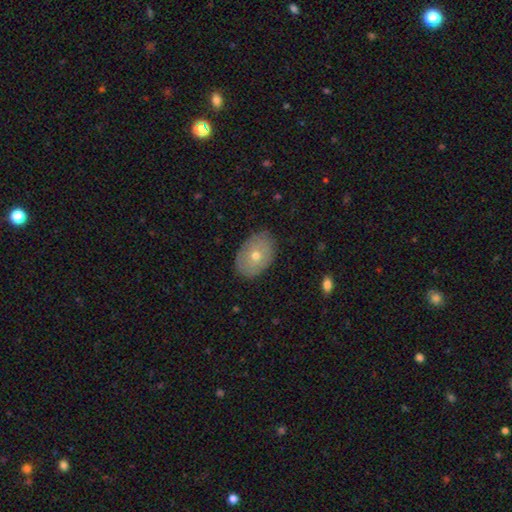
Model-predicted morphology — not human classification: Overall: smooth (56%; featured or disk 36%). How rounded: in between (80%). Merging: none (84%).